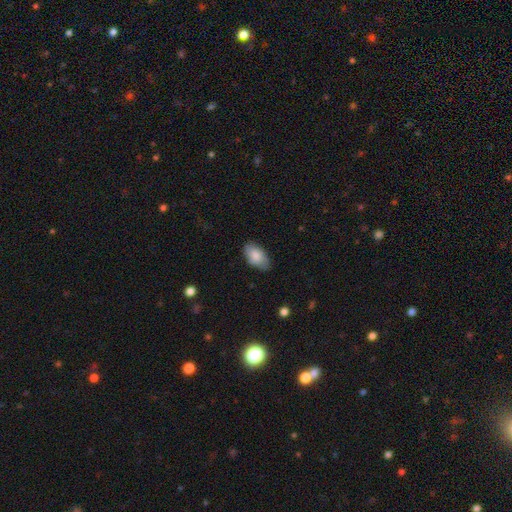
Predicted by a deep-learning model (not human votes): This appears to be a smooth galaxy with no disk features (84%) that is in between round and cigar-shaped (94%). Merging: none (79%).